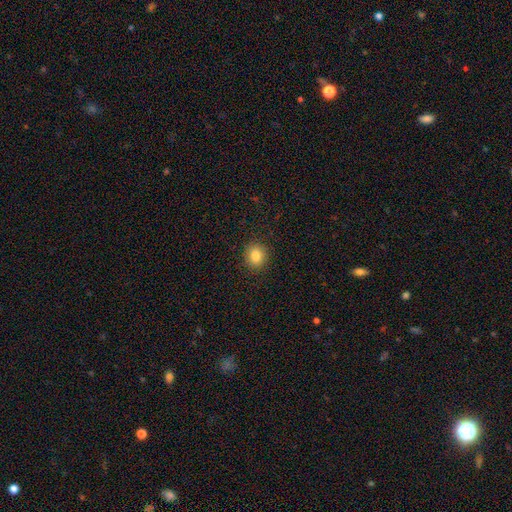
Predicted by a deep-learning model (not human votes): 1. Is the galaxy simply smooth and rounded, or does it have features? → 84% smooth, 10% star or artifact, 6% featured or disk.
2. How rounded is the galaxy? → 71% round, 28% in between, 1% cigar-shaped.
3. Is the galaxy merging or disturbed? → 90% none, 7% minor disturbance, 2% major disturbance, 1% merger.